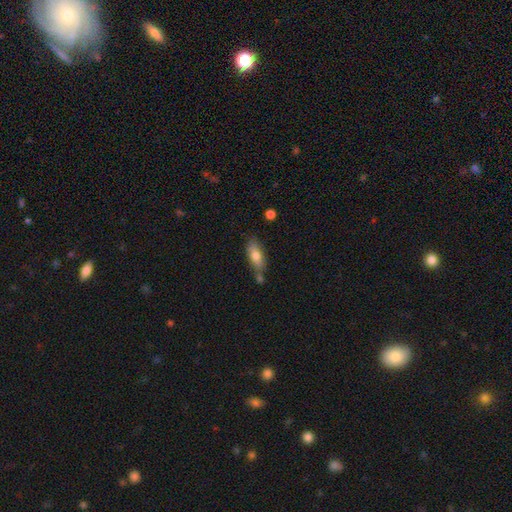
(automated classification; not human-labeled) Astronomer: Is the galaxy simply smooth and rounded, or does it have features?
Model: smooth — 74%.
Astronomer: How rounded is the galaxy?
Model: in between — 73%.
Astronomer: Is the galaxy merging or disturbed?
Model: none — 62%.